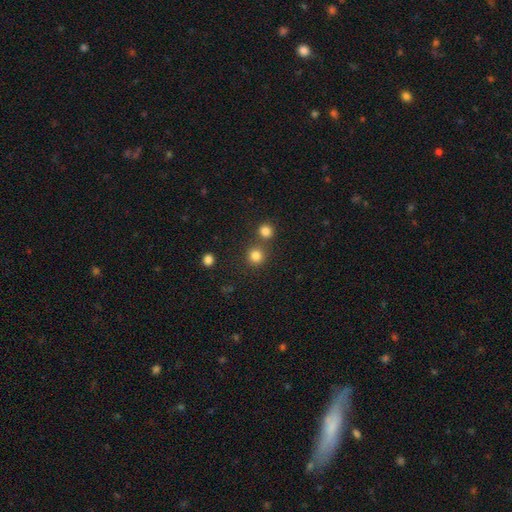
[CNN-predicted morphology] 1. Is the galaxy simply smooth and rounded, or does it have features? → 82% smooth, 14% star or artifact, 5% featured or disk.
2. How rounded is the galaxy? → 91% round, 8% in between, 1% cigar-shaped.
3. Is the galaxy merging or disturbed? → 71% none, 20% merger, 7% minor disturbance, 3% major disturbance.